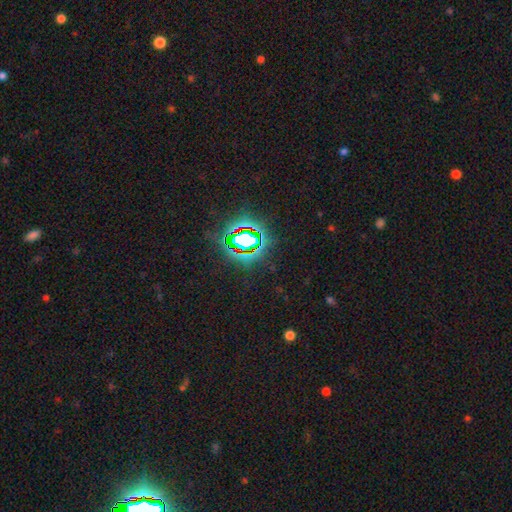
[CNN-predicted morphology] type=star or artifact (81%).